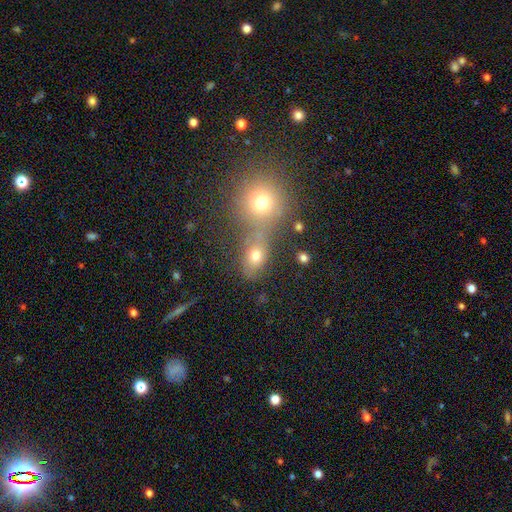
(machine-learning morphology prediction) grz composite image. It shows a smooth galaxy with no disk features (68%) that is round (49%). Merging: none (47%).